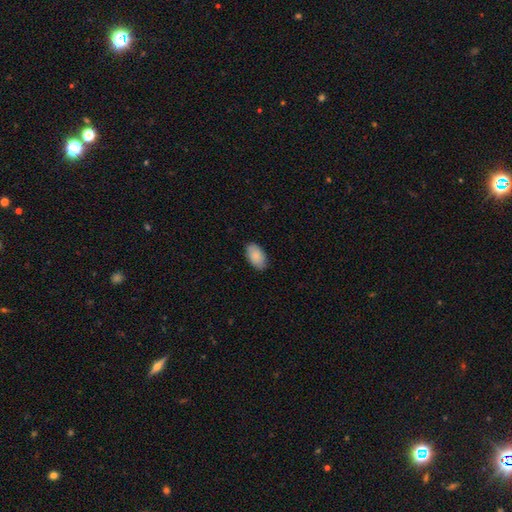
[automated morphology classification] Smooth or featured? smooth (88%)
How rounded? in between (94%)
Merging? none (86%)